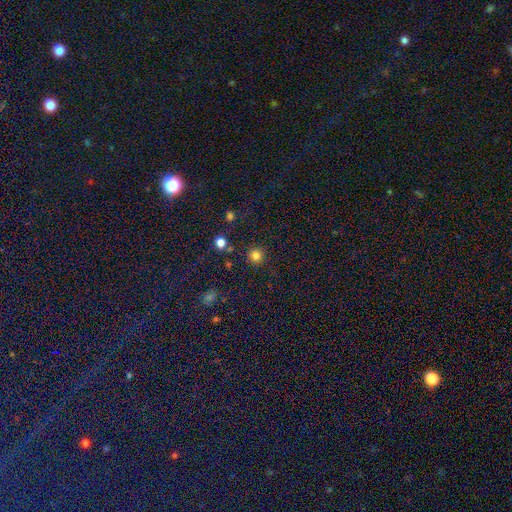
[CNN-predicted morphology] Q: Smooth or featured?
A: smooth (81%); runner-up: star or artifact (14%)
Q: How rounded?
A: round (95%); runner-up: in between (4%)
Q: Merging?
A: none (91%); runner-up: minor disturbance (5%)